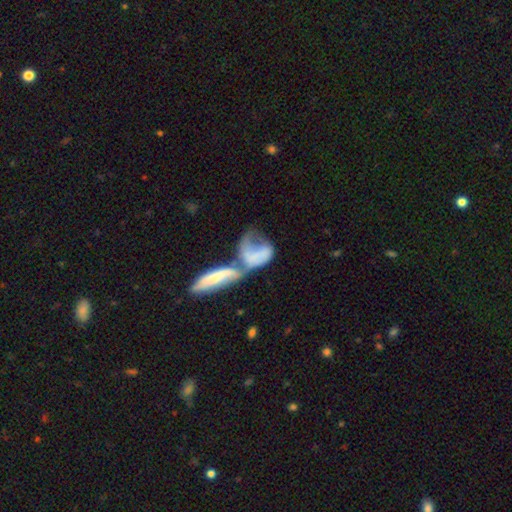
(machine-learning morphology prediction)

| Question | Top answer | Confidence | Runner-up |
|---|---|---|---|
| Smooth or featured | smooth | 50% | featured or disk (42%) |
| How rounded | in between | 72% | round (15%) |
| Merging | merger | 68% | major disturbance (17%) |